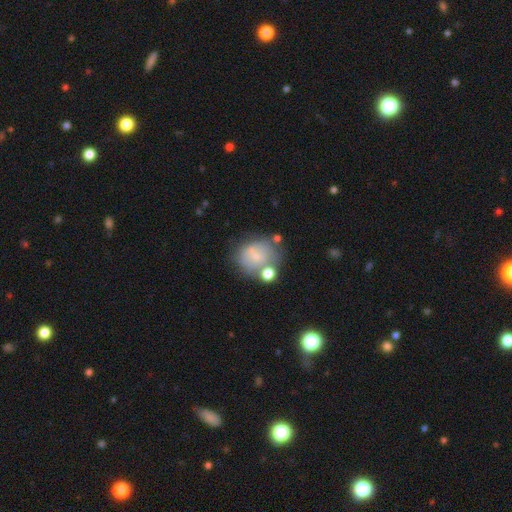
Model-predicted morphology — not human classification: A smooth galaxy with no disk features (57%) that is round (74%). Merging: none (45%).